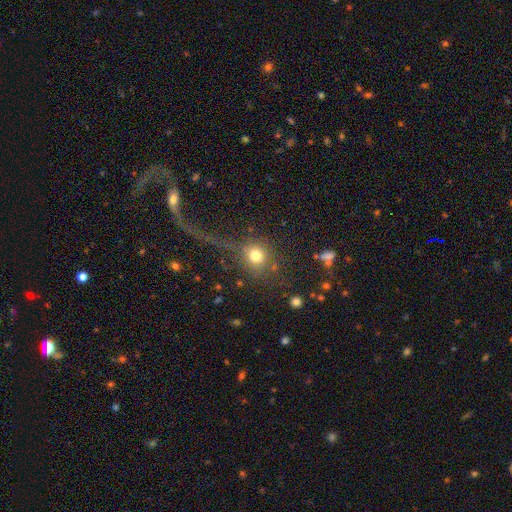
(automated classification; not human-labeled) This appears to be a smooth galaxy with no disk features (73%) that is round (85%). Merging: none (55%).